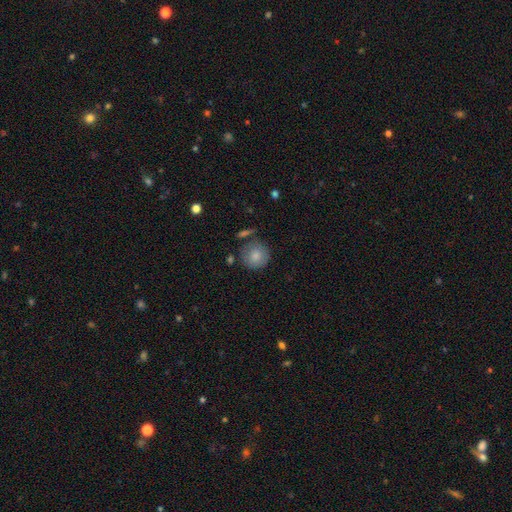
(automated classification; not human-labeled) Overall: smooth (83%). How rounded: round (92%). Merging: none (74%).